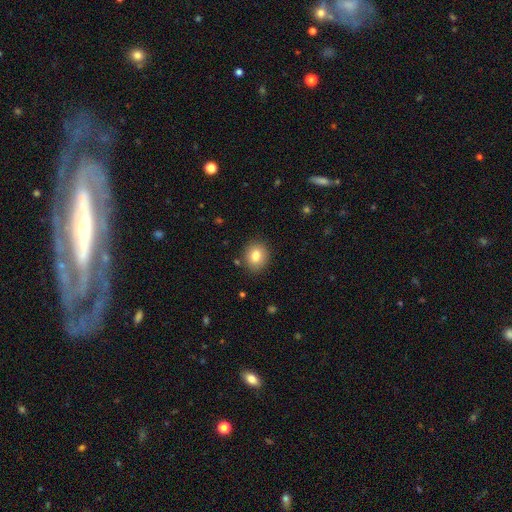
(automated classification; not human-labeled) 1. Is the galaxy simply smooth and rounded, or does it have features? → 81% smooth, 10% star or artifact, 9% featured or disk.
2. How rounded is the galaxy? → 68% round, 32% in between, 1% cigar-shaped.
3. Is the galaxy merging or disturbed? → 87% none, 9% minor disturbance, 2% major disturbance, 2% merger.